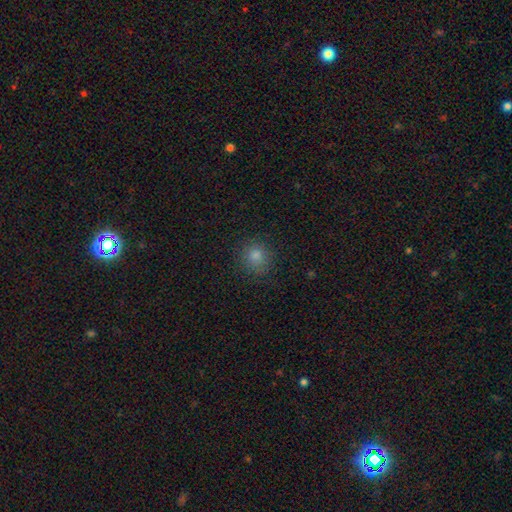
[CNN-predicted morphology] smooth-or-featured: smooth: 79% | star or artifact: 15% | featured or disk: 5%
  how-rounded: round: 89% | in between: 10% | cigar-shaped: 1%
  merging: none: 87% | minor disturbance: 10% | major disturbance: 3% | merger: 1%